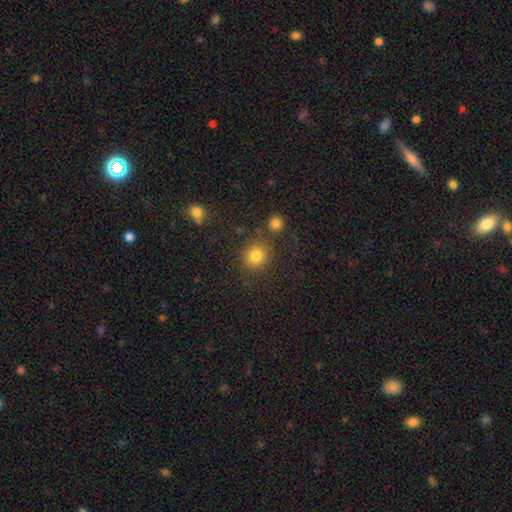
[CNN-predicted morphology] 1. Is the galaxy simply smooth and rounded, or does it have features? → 81% smooth, 13% star or artifact, 6% featured or disk.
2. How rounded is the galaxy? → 84% round, 15% in between, 1% cigar-shaped.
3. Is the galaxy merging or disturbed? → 77% none, 10% minor disturbance, 9% merger, 5% major disturbance.